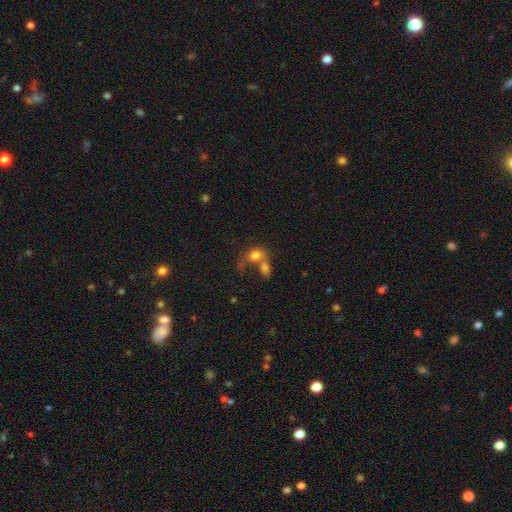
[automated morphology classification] Smooth or featured?
  - smooth: 76% *
  - featured or disk: 14%
  - star or artifact: 11%
How rounded?
  - in between: 50% *
  - round: 49%
  - cigar-shaped: 2%
Merging?
  - merger: 59% *
  - none: 24%
  - minor disturbance: 9%
  - major disturbance: 8%